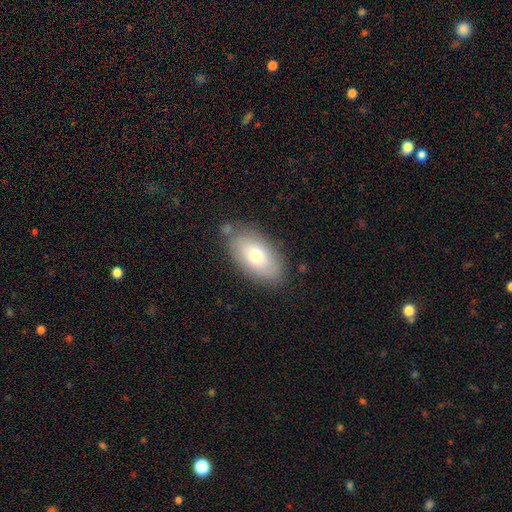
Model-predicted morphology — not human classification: smooth 70%, featured or disk 23%, star or artifact 8%. Down the decision tree: how rounded — in between (92%); merging — none (77%).